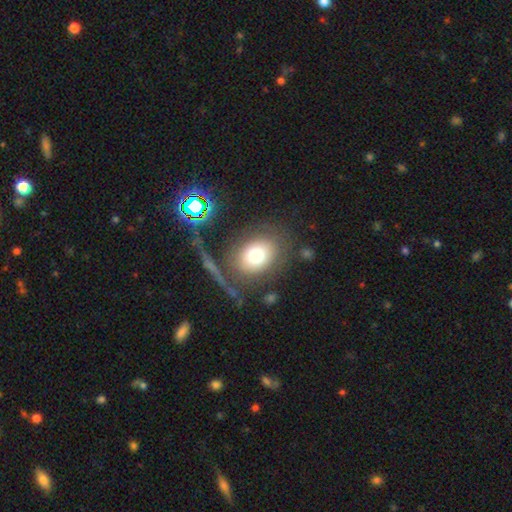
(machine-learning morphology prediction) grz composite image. It shows a smooth galaxy with no disk features (71%) that is in between round and cigar-shaped (54%). Merging: none (69%).